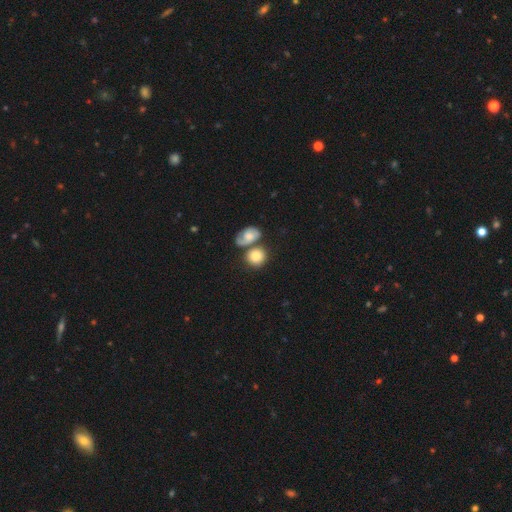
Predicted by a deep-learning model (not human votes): smooth 78%, featured or disk 14%, star or artifact 8%. Down the decision tree: how rounded — round (77%); merging — none (46%).